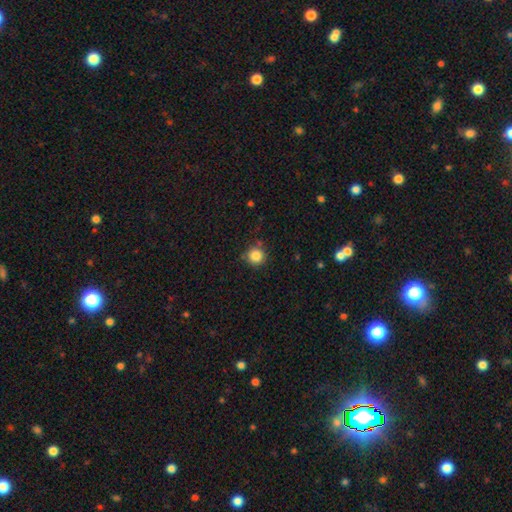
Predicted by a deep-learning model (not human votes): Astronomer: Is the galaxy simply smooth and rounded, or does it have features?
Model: smooth — 85%.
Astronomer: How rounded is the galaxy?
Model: round — 94%.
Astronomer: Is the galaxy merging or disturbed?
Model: none — 81%.